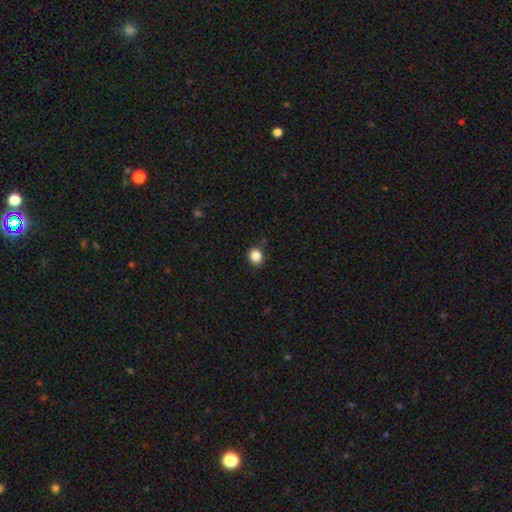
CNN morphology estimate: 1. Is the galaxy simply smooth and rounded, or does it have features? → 87% smooth, 10% star or artifact, 3% featured or disk.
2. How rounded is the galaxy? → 72% round, 27% in between, 1% cigar-shaped.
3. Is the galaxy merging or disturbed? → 85% none, 10% minor disturbance, 2% major disturbance, 2% merger.